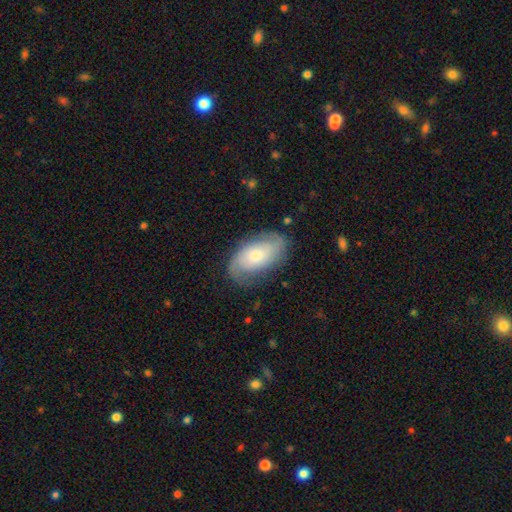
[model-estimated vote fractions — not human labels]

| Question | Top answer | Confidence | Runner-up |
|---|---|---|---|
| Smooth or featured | featured or disk | 62% | smooth (31%) |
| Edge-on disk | no | 95% | yes (5%) |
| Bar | no | 73% | weak (22%) |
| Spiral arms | yes | 88% | no (12%) |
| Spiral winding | medium | 40% | tight (37%) |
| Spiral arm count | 2 | 75% | can't tell (16%) |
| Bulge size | small | 50% | moderate (36%) |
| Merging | none | 73% | minor disturbance (18%) |